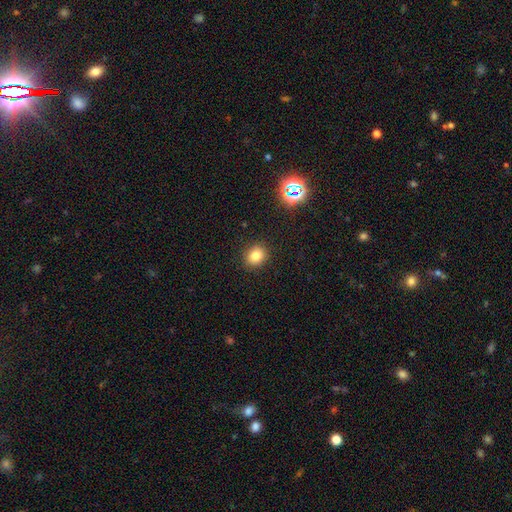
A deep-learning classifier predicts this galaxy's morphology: A smooth galaxy with no disk features (81%) that is round (65%). Merging: none (89%).